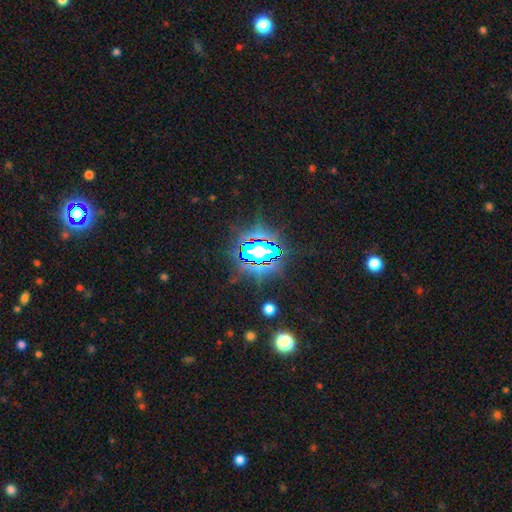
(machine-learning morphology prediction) Q: Smooth or featured?
A: star or artifact (73%); runner-up: smooth (14%)